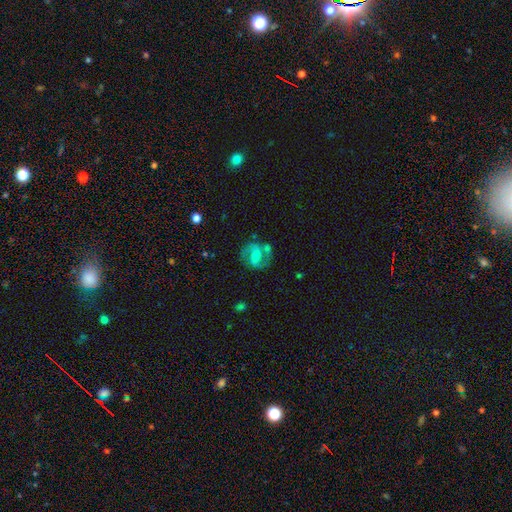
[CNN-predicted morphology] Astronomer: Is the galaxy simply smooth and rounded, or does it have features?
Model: featured or disk — 71%.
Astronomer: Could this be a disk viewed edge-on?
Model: no — 97%.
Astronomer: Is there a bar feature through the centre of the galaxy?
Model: weak — 43% (runner-up: strong, 33%).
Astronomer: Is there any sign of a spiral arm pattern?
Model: yes — 87%.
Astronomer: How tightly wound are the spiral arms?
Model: medium — 55%.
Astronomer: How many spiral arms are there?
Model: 2 — 87%.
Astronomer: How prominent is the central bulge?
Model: moderate — 40% (runner-up: small, 37%).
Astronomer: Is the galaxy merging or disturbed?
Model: none — 63%.